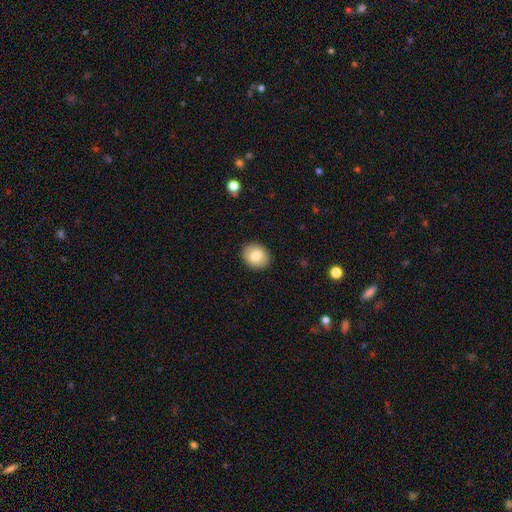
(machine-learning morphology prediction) Smooth or featured?
  - smooth: 80% *
  - featured or disk: 12%
  - star or artifact: 8%
How rounded?
  - round: 52% *
  - in between: 47%
  - cigar-shaped: 1%
Merging?
  - none: 90% *
  - minor disturbance: 7%
  - major disturbance: 2%
  - merger: 1%